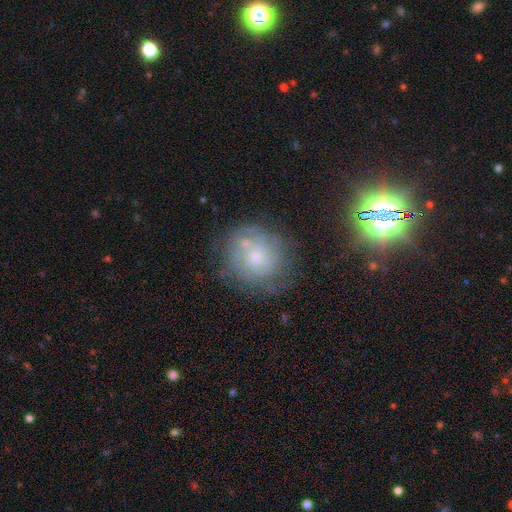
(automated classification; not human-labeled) Smooth or featured: featured or disk — 62% (smooth — 23%)
Edge-on disk: no — 97% (yes — 3%)
Bar: no — 79% (weak — 18%)
Spiral arms: yes — 81% (no — 19%)
Bulge size: small — 69% (moderate — 25%)
Merging: none — 69% (minor disturbance — 18%)